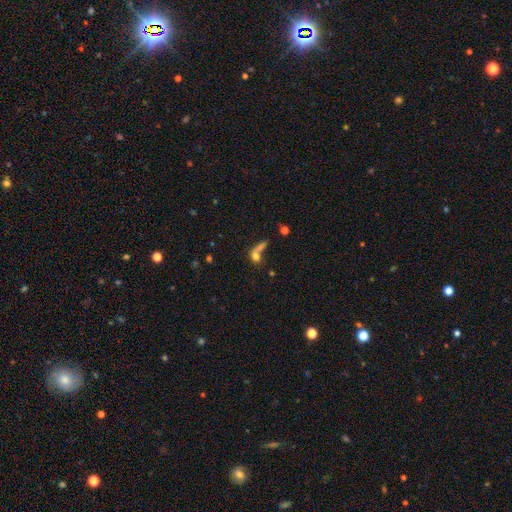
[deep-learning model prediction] Smooth or featured: smooth — 52% (star or artifact — 24%)
How rounded: round — 46% (in between — 39%)
Merging: merger — 43% (none — 35%)